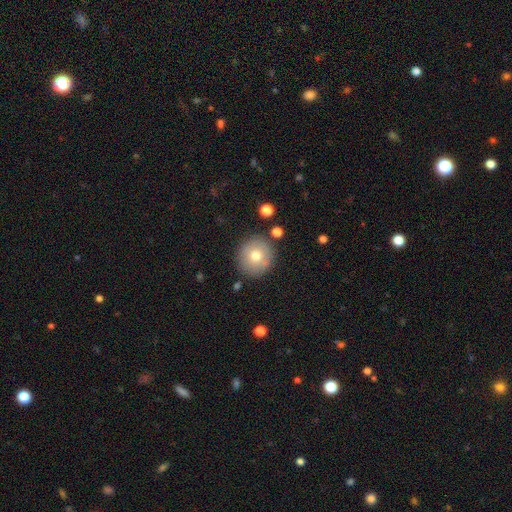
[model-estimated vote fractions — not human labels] This is likely a smooth galaxy (73%). How rounded: clearly round (91%). Merging: clearly none (86%).